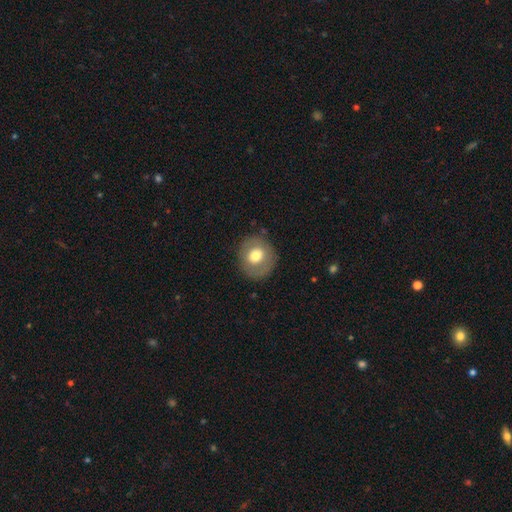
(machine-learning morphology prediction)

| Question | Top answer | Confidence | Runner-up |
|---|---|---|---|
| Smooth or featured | smooth | 66% | featured or disk (26%) |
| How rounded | round | 82% | in between (17%) |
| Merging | none | 83% | minor disturbance (11%) |